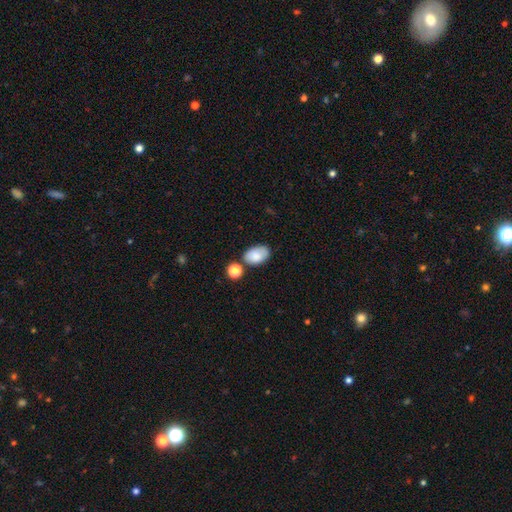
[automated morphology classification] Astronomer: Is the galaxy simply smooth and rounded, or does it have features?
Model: smooth — 83%.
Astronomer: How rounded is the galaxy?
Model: in between — 92%.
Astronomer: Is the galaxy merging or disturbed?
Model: none — 64%.